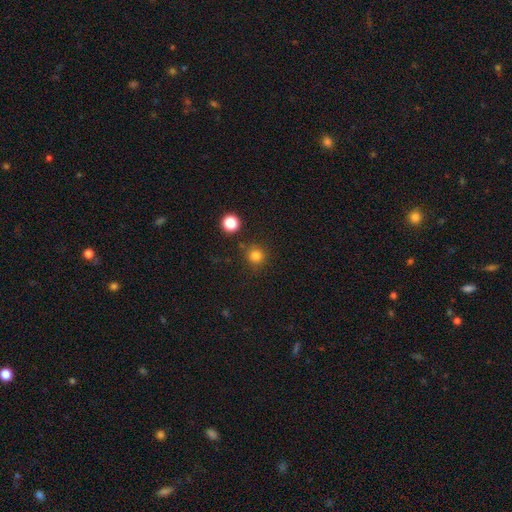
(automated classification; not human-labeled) A smooth galaxy with no disk features (80%) that is round (93%).

Vote fractions:
- Smooth or featured? smooth: 80% / star or artifact: 15% / featured or disk: 5%
- How rounded? round: 93% / in between: 6% / cigar-shaped: 1%
- Merging? none: 84% / minor disturbance: 8% / merger: 5% / major disturbance: 3%